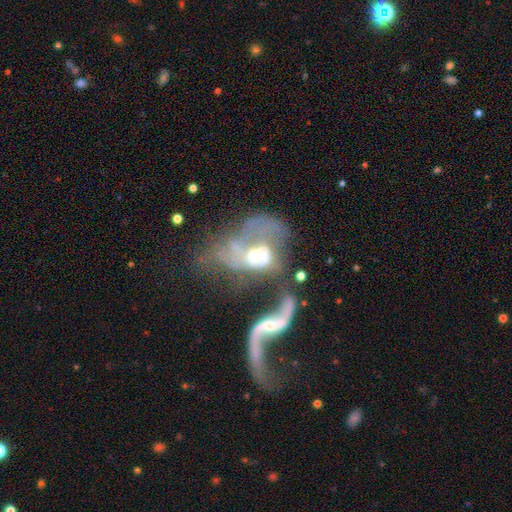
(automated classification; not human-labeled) A featured or disk galaxy (74%) with no bar (63%), spiral arms (63%) and a moderate central bulge (57%).

Vote fractions:
- Smooth or featured? featured or disk: 74% / smooth: 16% / star or artifact: 9%
- Edge-on disk? no: 96% / yes: 4%
- Bar? no: 63% / weak: 28% / strong: 9%
- Spiral arms? yes: 63% / no: 37%
- Bulge size? moderate: 57% / small: 25% / large: 10% / none: 6% / dominant: 2%
- Merging? merger: 60% / major disturbance: 27% / none: 8% / minor disturbance: 5%